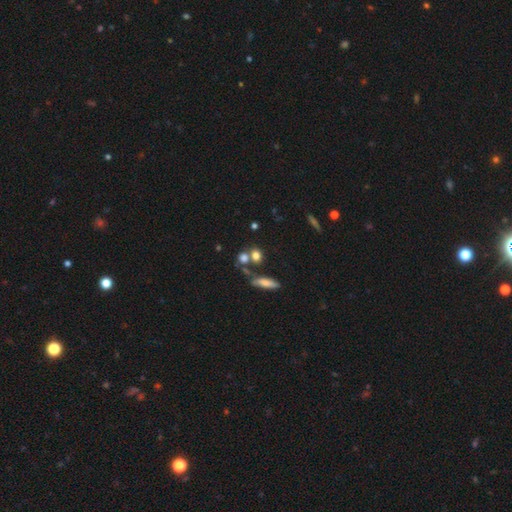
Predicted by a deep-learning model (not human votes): Smooth or featured? smooth (74%)
How rounded? round (67%)
Merging? none (53%)